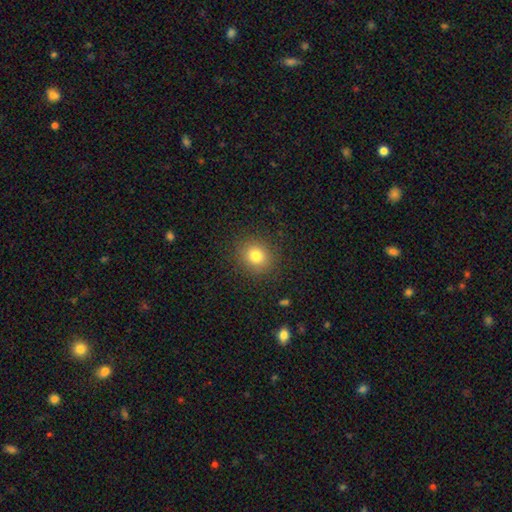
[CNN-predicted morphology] The model was most divided on "how rounded": round: 79%, in between: 20%, cigar-shaped: 1%. More confident: merging — none (88%); smooth or featured — smooth (79%).